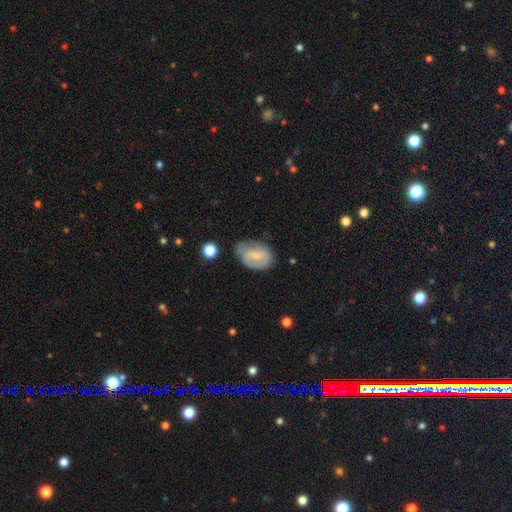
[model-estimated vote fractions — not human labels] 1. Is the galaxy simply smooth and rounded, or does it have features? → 49% smooth, 43% featured or disk, 7% star or artifact.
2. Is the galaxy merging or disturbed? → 53% none, 33% minor disturbance, 12% major disturbance, 3% merger.